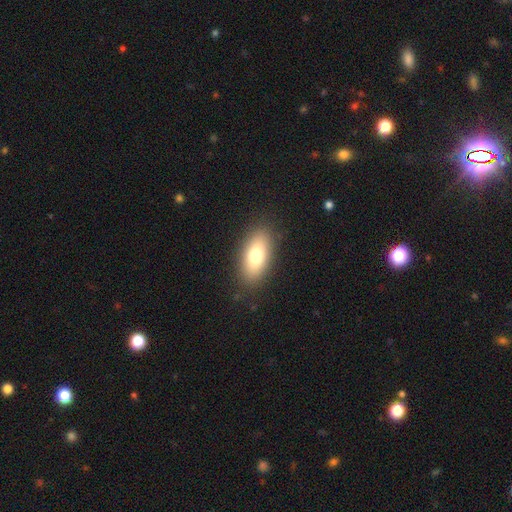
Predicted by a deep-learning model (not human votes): Smooth or featured: smooth — 76% (featured or disk — 16%)
How rounded: in between — 88% (cigar-shaped — 8%)
Merging: none — 87% (minor disturbance — 9%)